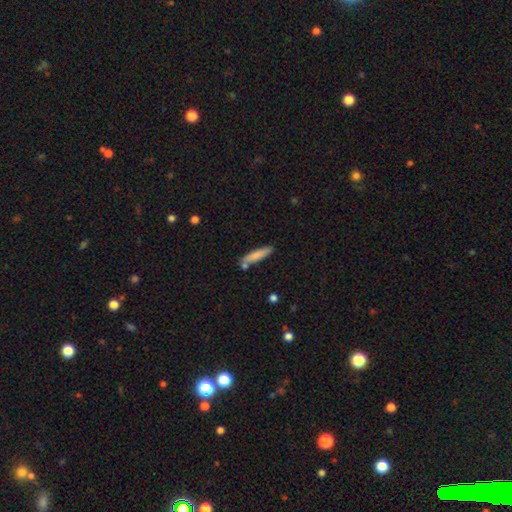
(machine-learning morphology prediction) smooth-or-featured: smooth: 79% | featured or disk: 14% | star or artifact: 6%
  how-rounded: cigar-shaped: 82% | in between: 16% | round: 1%
  merging: none: 72% | minor disturbance: 15% | merger: 10% | major disturbance: 3%